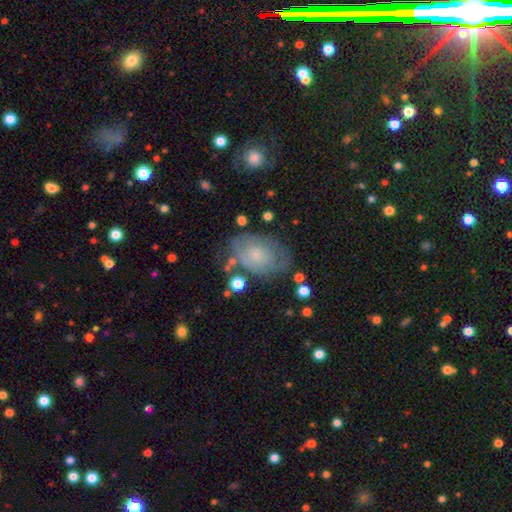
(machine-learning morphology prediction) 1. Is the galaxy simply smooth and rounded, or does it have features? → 47% featured or disk, 44% smooth, 9% star or artifact.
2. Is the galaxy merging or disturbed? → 59% none, 24% minor disturbance, 12% major disturbance, 5% merger.